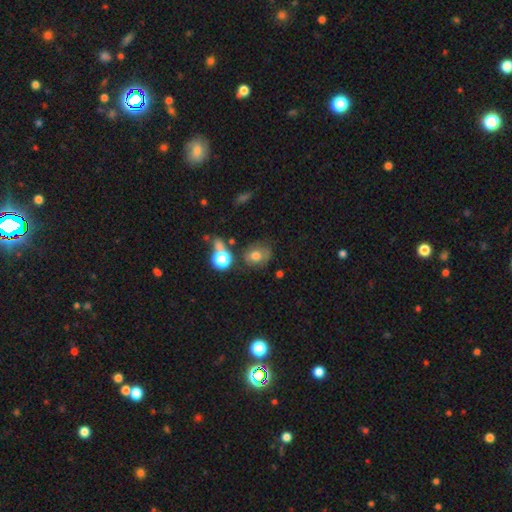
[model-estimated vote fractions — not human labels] Q: Smooth or featured?
A: smooth (69%); runner-up: featured or disk (17%)
Q: How rounded?
A: round (52%); runner-up: in between (47%)
Q: Merging?
A: none (55%); runner-up: minor disturbance (23%)